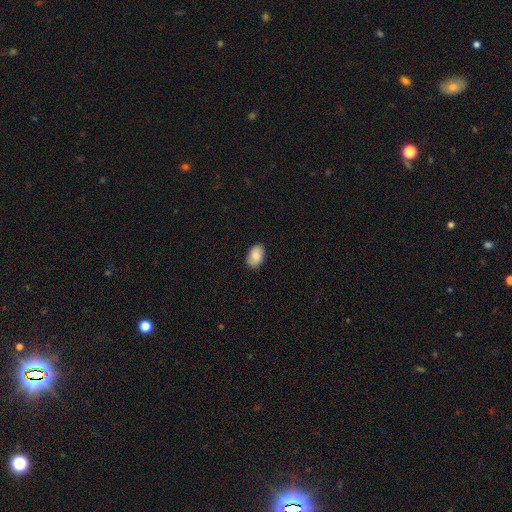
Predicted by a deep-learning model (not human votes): This is clearly a smooth galaxy (83%). How rounded: clearly in between (88%). Merging: clearly none (88%).